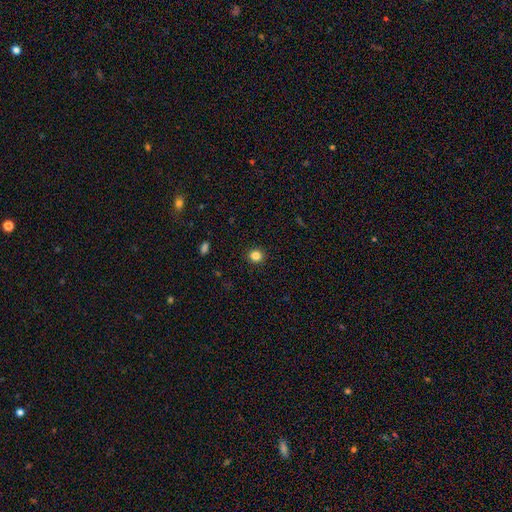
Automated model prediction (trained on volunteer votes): smooth_or_featured: smooth (p=0.84) [alt: star or artifact p=0.12]
how_rounded: round (p=0.87) [alt: in between p=0.12]
merging: none (p=0.92) [alt: minor disturbance p=0.05]